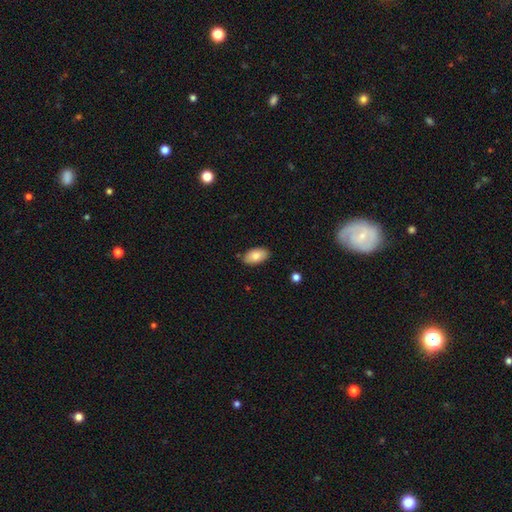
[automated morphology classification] smooth_or_featured: smooth (p=0.81) [alt: featured or disk p=0.12]
how_rounded: in between (p=0.95) [alt: round p=0.03]
merging: none (p=0.85) [alt: minor disturbance p=0.11]